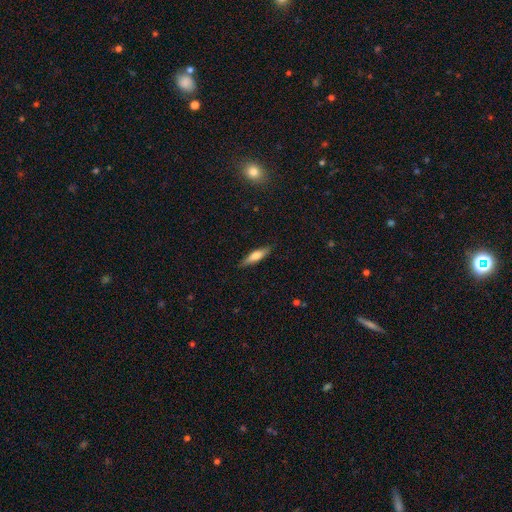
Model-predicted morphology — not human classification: Smooth or featured: smooth — 61% (featured or disk — 33%)
How rounded: cigar-shaped — 71% (in between — 28%)
Merging: none — 85% (minor disturbance — 12%)